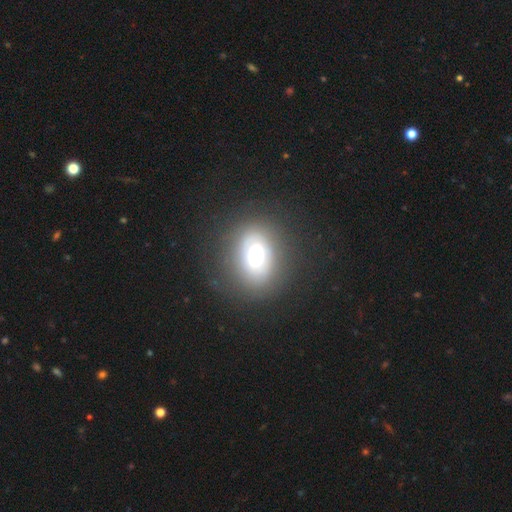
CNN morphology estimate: Smooth or featured?
  - smooth: 55% *
  - featured or disk: 31%
  - star or artifact: 14%
How rounded?
  - in between: 59% *
  - round: 40%
  - cigar-shaped: 1%
Merging?
  - none: 77% *
  - minor disturbance: 13%
  - major disturbance: 8%
  - merger: 2%